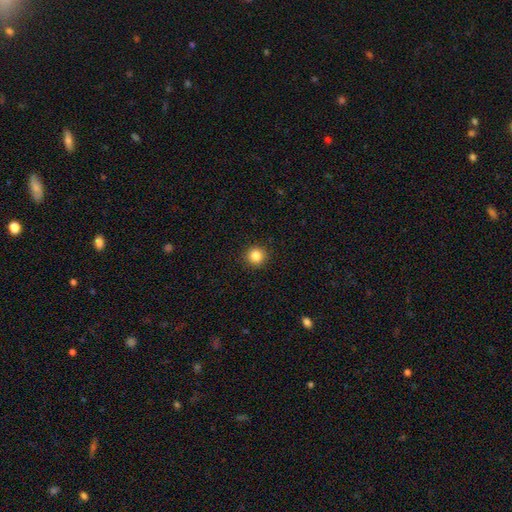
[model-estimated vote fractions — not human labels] Smooth or featured: smooth — 85% (star or artifact — 11%)
How rounded: round — 94% (in between — 5%)
Merging: none — 92% (minor disturbance — 5%)